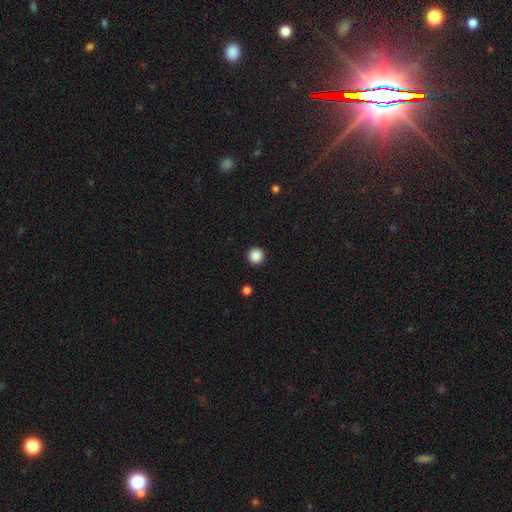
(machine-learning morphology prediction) Smooth or featured? Predicted: smooth (p=0.88). How rounded? Predicted: round (p=0.96). Merging? Predicted: none (p=0.93).